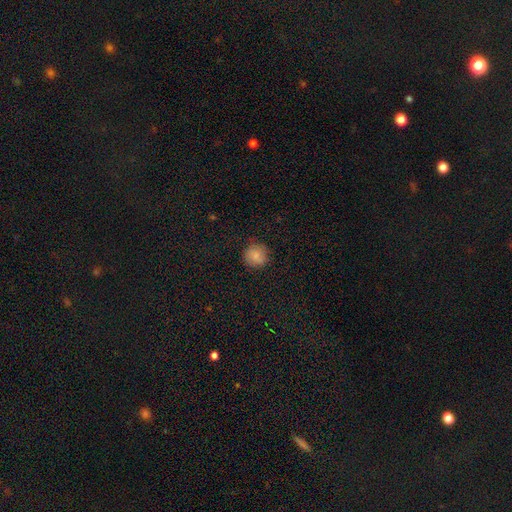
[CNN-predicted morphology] Q: Smooth or featured?
A: smooth (84%); runner-up: star or artifact (9%)
Q: How rounded?
A: round (92%); runner-up: in between (7%)
Q: Merging?
A: none (84%); runner-up: minor disturbance (11%)